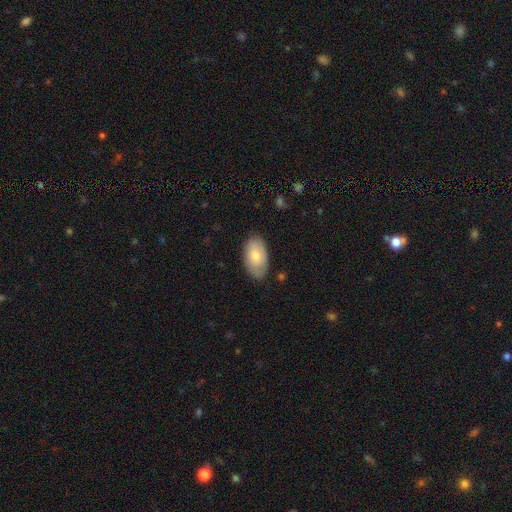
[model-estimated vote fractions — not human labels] This appears to be a smooth galaxy with no disk features (69%) that is in between round and cigar-shaped (94%). Merging: none (81%).